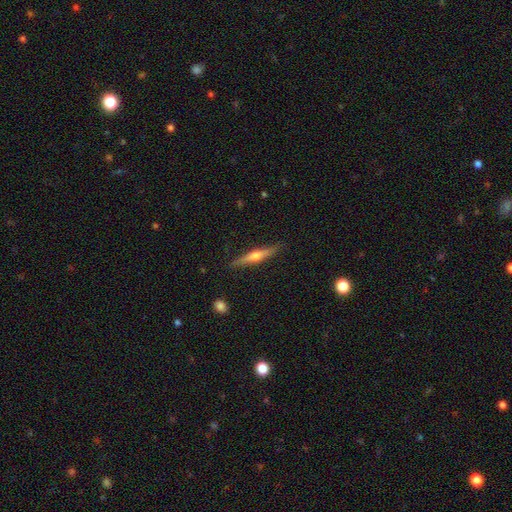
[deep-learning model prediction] This appears to be a featured or disk galaxy (61%) viewed edge-on (96%) with a rounded central bulge (90%). Merging: none (87%).